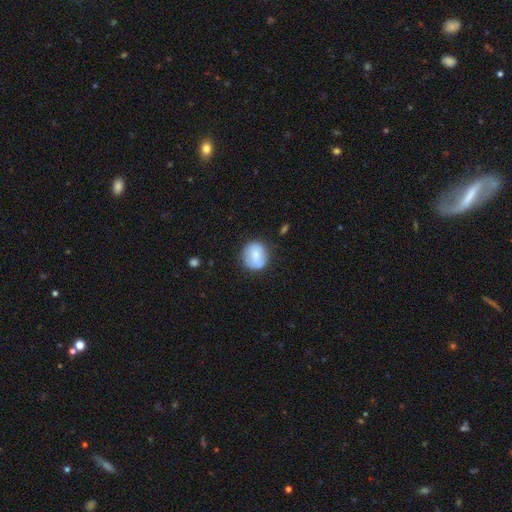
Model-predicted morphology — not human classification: A smooth galaxy with no disk features (71%) that is round (84%).

Vote fractions:
- Smooth or featured? smooth: 71% / featured or disk: 21% / star or artifact: 7%
- How rounded? round: 84% / in between: 15% / cigar-shaped: 1%
- Merging? none: 71% / minor disturbance: 20% / major disturbance: 6% / merger: 4%